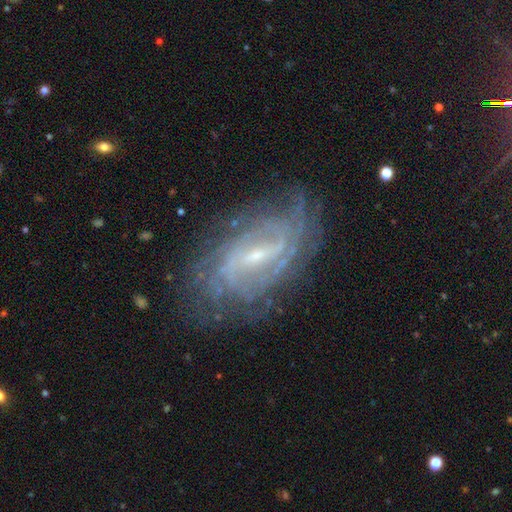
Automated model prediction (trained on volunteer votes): Smooth or featured? featured or disk (86%)
Edge-on disk? no (94%)
Bar? weak (45%)
Spiral arms? yes (93%)
Spiral winding? tight (61%)
Spiral arm count? can't tell (41%)
Bulge size? small (73%)
Merging? none (75%)